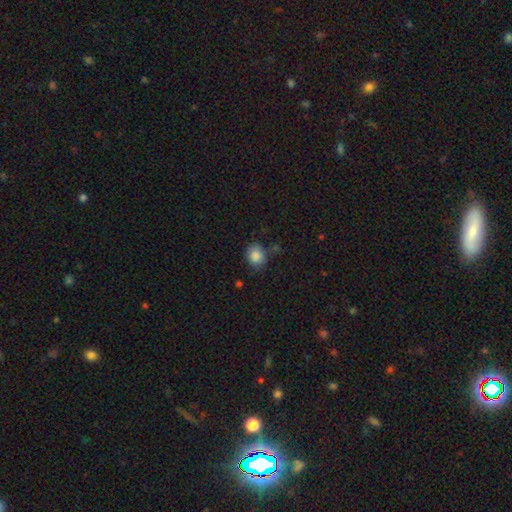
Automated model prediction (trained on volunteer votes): smooth_or_featured: smooth (p=0.86) [alt: star or artifact p=0.09]
how_rounded: round (p=0.62) [alt: in between p=0.38]
merging: none (p=0.72) [alt: minor disturbance p=0.19]